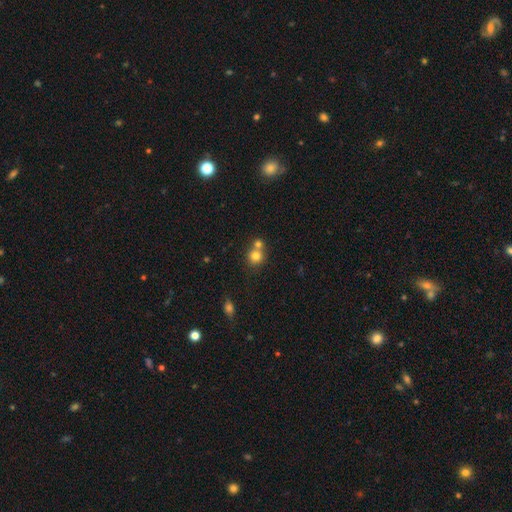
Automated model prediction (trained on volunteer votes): Smooth or featured: smooth — 78% (star or artifact — 12%)
How rounded: round — 87% (in between — 13%)
Merging: none — 46% (merger — 45%)